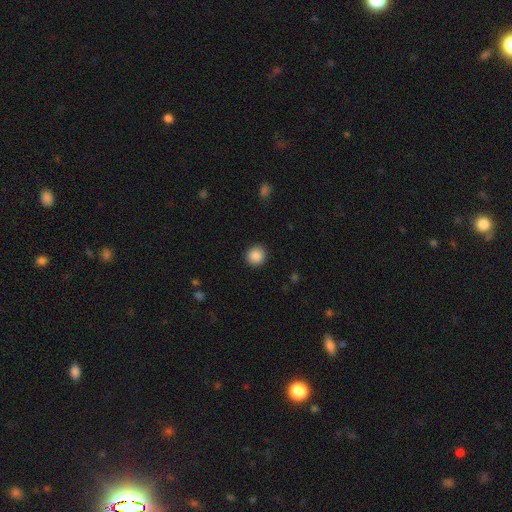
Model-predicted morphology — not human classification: Smooth or featured?
  - smooth: 88% *
  - star or artifact: 9%
  - featured or disk: 3%
How rounded?
  - round: 93% *
  - in between: 6%
  - cigar-shaped: 1%
Merging?
  - none: 91% *
  - minor disturbance: 6%
  - major disturbance: 2%
  - merger: 1%